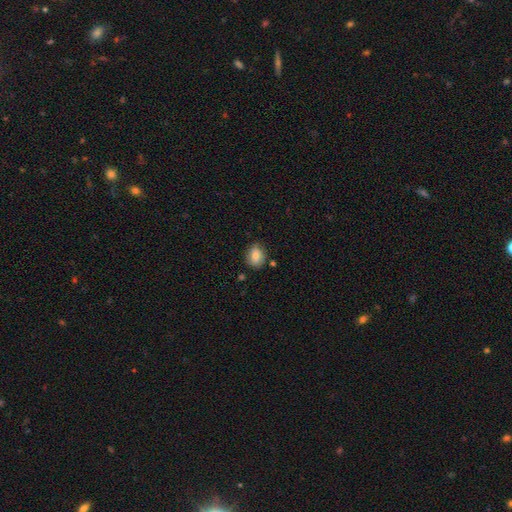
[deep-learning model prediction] This appears to be a smooth galaxy with no disk features (79%) that is in between round and cigar-shaped (52%). Merging: none (75%).